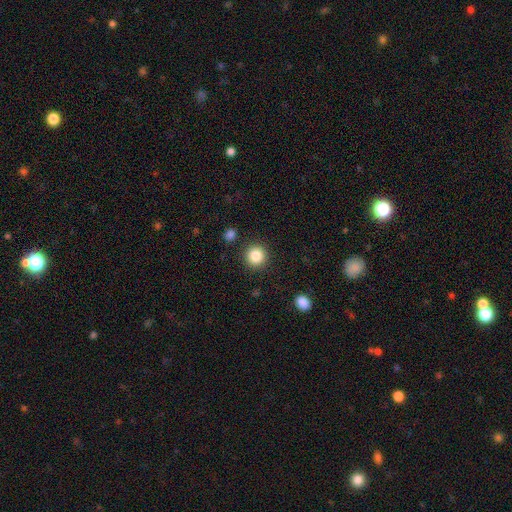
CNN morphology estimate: This appears to be a smooth galaxy with no disk features (85%) that is round (93%). Merging: none (90%).